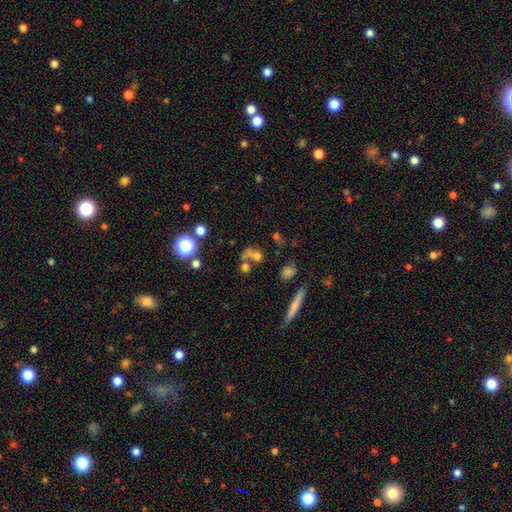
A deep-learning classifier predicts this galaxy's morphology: This appears to be a smooth galaxy with no disk features (57%) that is round (55%). Merging: merger (40%).